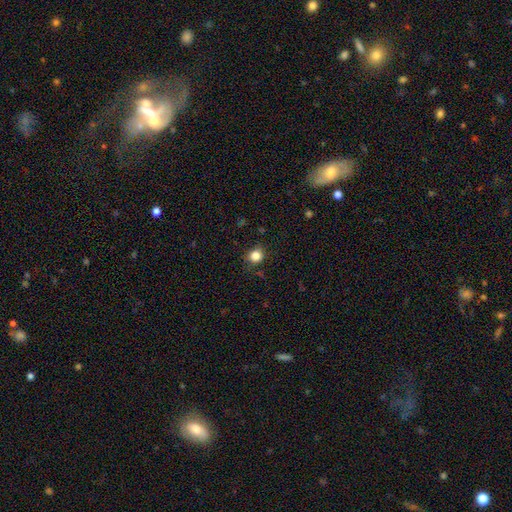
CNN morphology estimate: This is clearly a smooth galaxy (83%). How rounded: clearly round (82%). Merging: clearly none (83%).